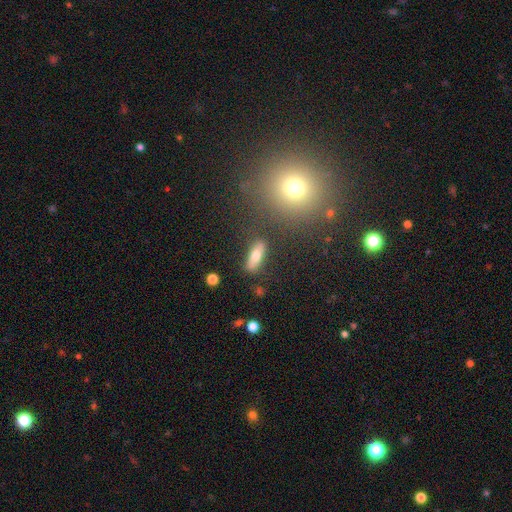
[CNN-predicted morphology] Smooth or featured? smooth (65%)
How rounded? in between (57%)
Merging? none (82%)